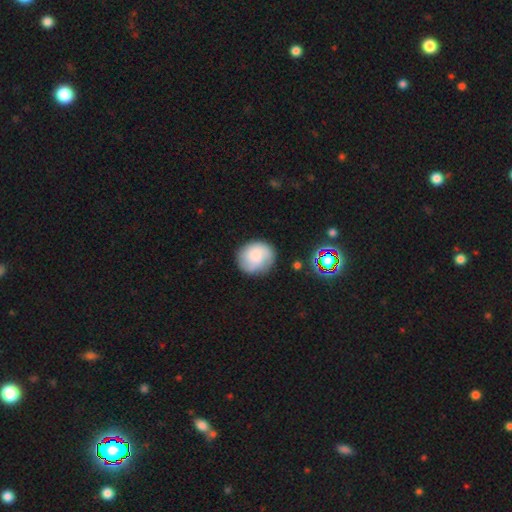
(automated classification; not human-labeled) Q: Smooth or featured?
A: smooth (61%); runner-up: featured or disk (30%)
Q: How rounded?
A: round (81%); runner-up: in between (19%)
Q: Merging?
A: none (75%); runner-up: minor disturbance (16%)